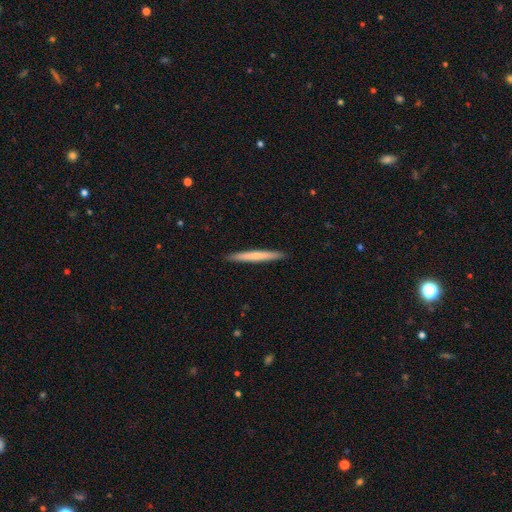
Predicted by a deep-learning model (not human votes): Smooth or featured? smooth (65%)
How rounded? cigar-shaped (97%)
Merging? none (92%)